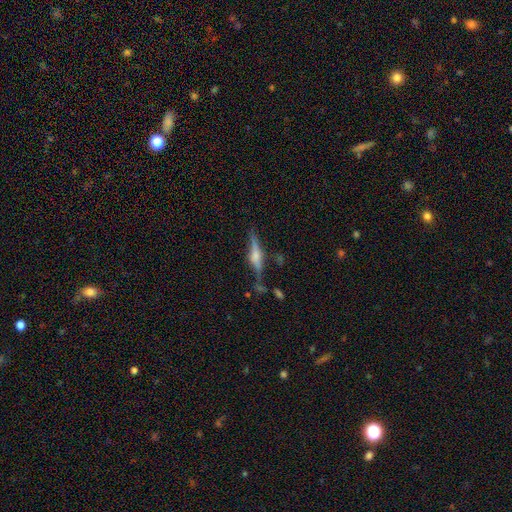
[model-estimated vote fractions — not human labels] Smooth or featured: featured or disk — 69% (smooth — 23%)
Edge-on disk: yes — 96% (no — 4%)
Edge-on bulge: rounded — 77% (boxy — 16%)
Merging: none — 73% (minor disturbance — 16%)